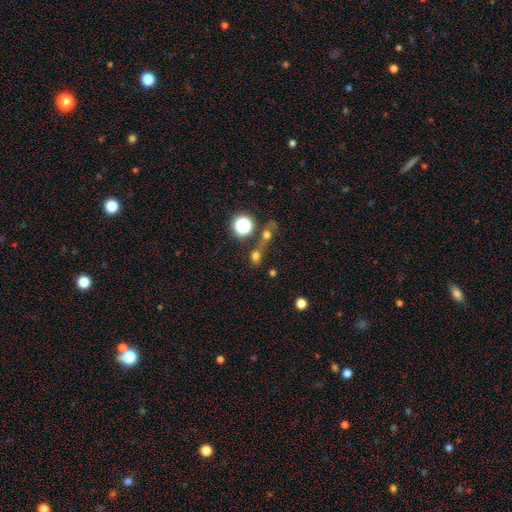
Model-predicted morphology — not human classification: type=smooth (63%); roundness=round (65%); merging=none (49%).